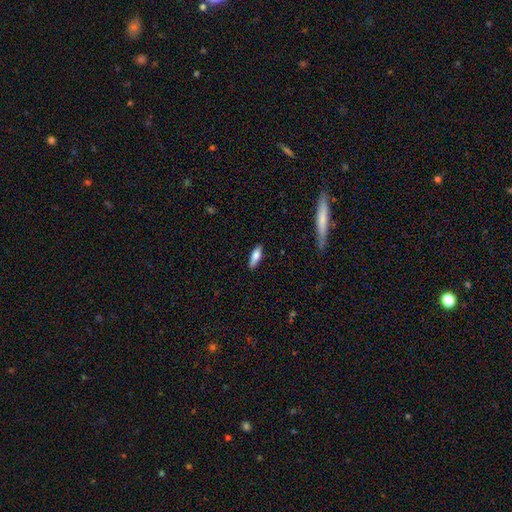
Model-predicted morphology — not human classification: smooth 74%, featured or disk 19%, star or artifact 6%. Down the decision tree: how rounded — in between (56%); merging — none (87%).